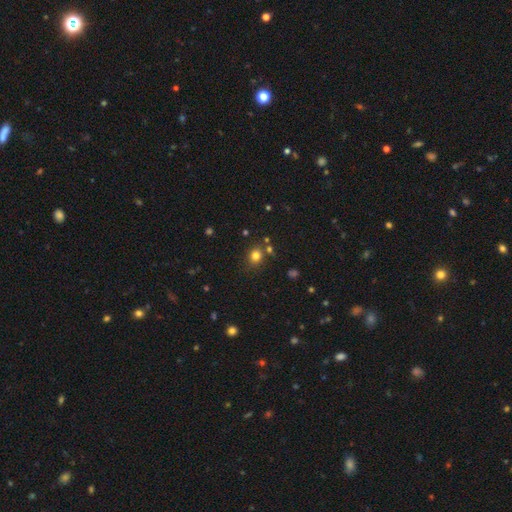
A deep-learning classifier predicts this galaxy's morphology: The model was most divided on "how rounded": round: 73%, in between: 26%, cigar-shaped: 1%. More confident: smooth or featured — smooth (78%); merging — none (75%).